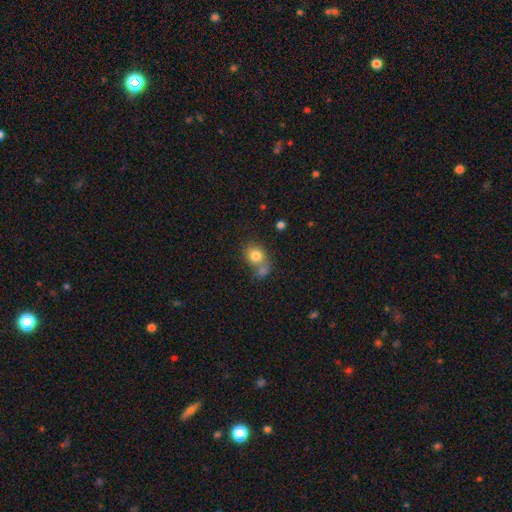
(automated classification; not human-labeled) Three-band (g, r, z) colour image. It shows a smooth galaxy with no disk features (80%) that is round (63%). Merging: none (43%).